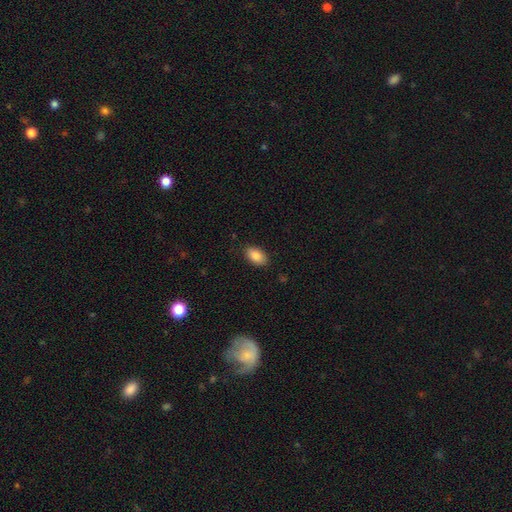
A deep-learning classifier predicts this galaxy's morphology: Smooth or featured?
  - smooth: 86% *
  - star or artifact: 7%
  - featured or disk: 6%
How rounded?
  - in between: 92% *
  - round: 6%
  - cigar-shaped: 2%
Merging?
  - none: 86% *
  - minor disturbance: 10%
  - major disturbance: 2%
  - merger: 1%